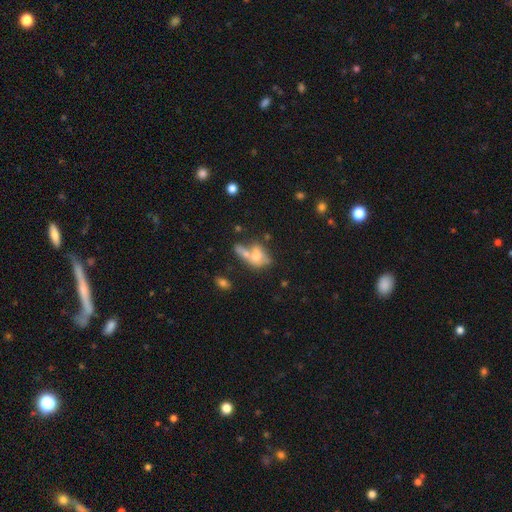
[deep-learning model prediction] Smooth or featured?
  - smooth: 58% *
  - featured or disk: 30%
  - star or artifact: 12%
How rounded?
  - in between: 74% *
  - round: 19%
  - cigar-shaped: 7%
Merging?
  - merger: 47% *
  - none: 29%
  - minor disturbance: 13%
  - major disturbance: 11%